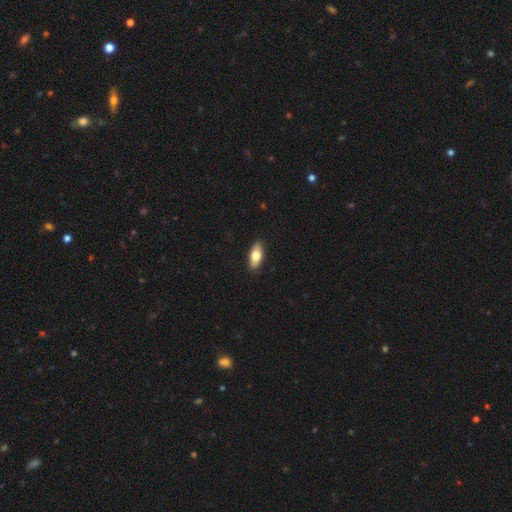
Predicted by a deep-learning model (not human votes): Smooth or featured: smooth — 73% (featured or disk — 21%)
How rounded: in between — 83% (cigar-shaped — 14%)
Merging: none — 90% (minor disturbance — 7%)